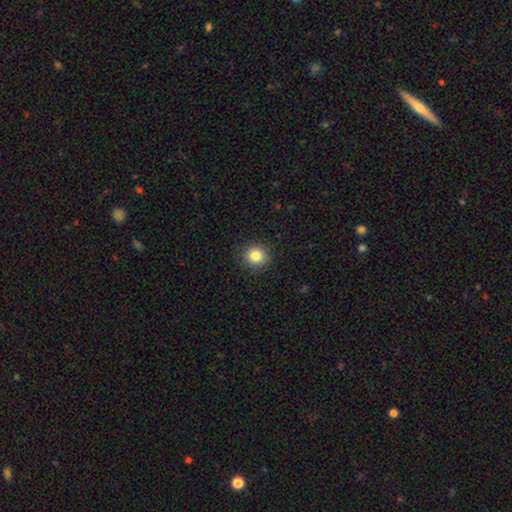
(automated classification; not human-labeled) Smooth or featured? Predicted: smooth (p=0.83). How rounded? Predicted: round (p=0.90). Merging? Predicted: none (p=0.91).